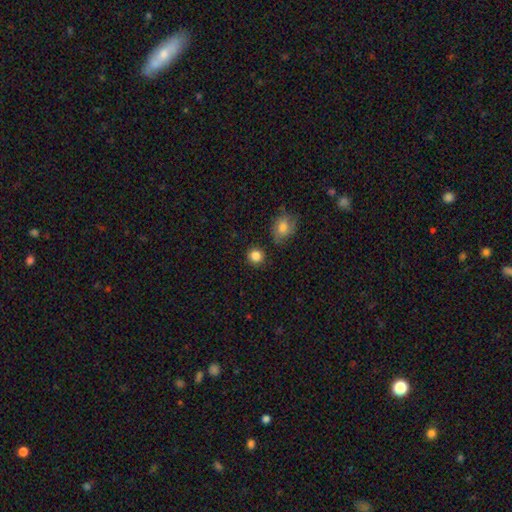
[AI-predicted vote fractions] This is clearly a smooth galaxy (85%). How rounded: clearly round (90%). Merging: clearly none (86%).